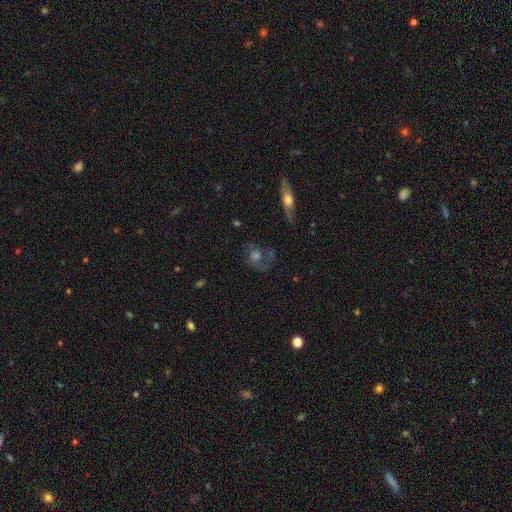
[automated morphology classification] A featured or disk galaxy (58%) with no bar (81%), spiral arms (65%) and a moderate central bulge (43%). Merging: none (57%).